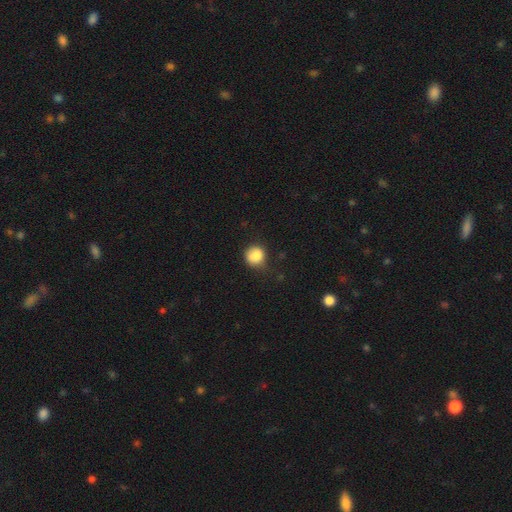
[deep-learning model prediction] A smooth galaxy with no disk features (84%) that is round (84%). Merging: none (59%).